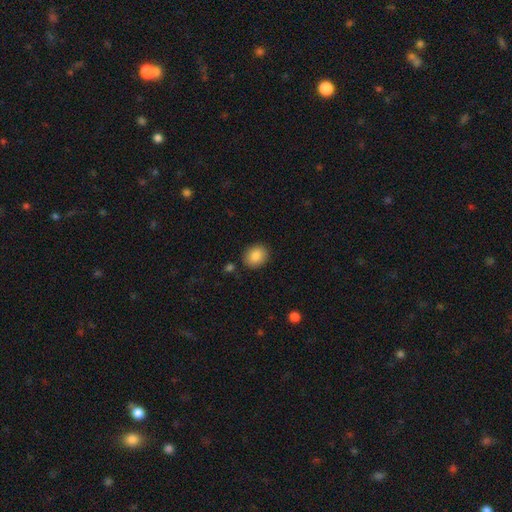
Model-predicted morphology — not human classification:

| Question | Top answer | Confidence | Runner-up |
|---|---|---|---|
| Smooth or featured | smooth | 86% | star or artifact (8%) |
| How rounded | round | 58% | in between (41%) |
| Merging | none | 86% | minor disturbance (9%) |